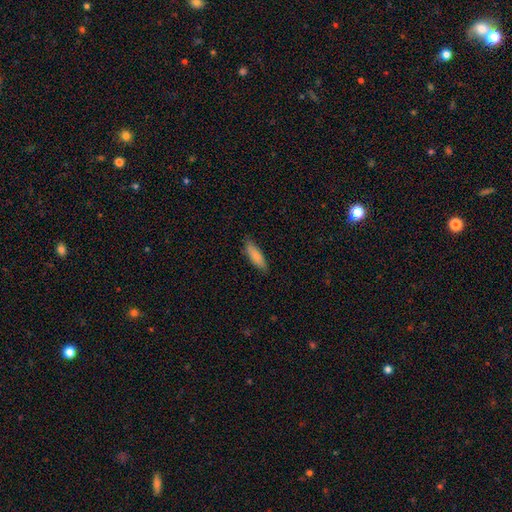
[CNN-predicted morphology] Smooth or featured?
  - smooth: 83% *
  - featured or disk: 11%
  - star or artifact: 6%
How rounded?
  - cigar-shaped: 51% *
  - in between: 48%
  - round: 2%
Merging?
  - none: 81% *
  - minor disturbance: 15%
  - major disturbance: 2%
  - merger: 1%